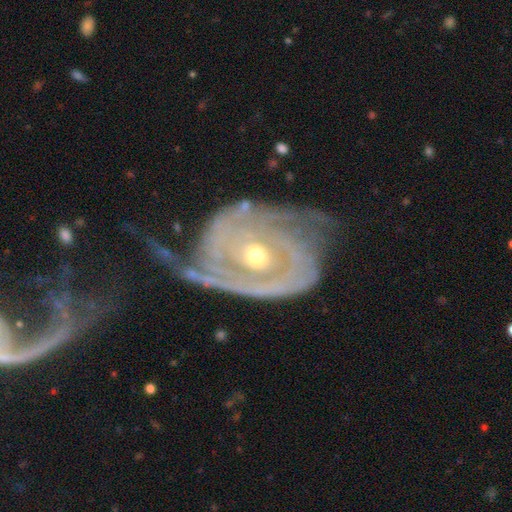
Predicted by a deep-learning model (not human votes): Smooth or featured? Predicted: featured or disk (p=0.89). Edge-on disk? Predicted: no (p=0.97). Bar? Predicted: no (p=0.63). Spiral arms? Predicted: yes (p=0.92). Spiral winding? Predicted: tight (p=0.57). Spiral arm count? Predicted: 2 (p=0.50). Bulge size? Predicted: moderate (p=0.57). Merging? Predicted: none (p=0.36).